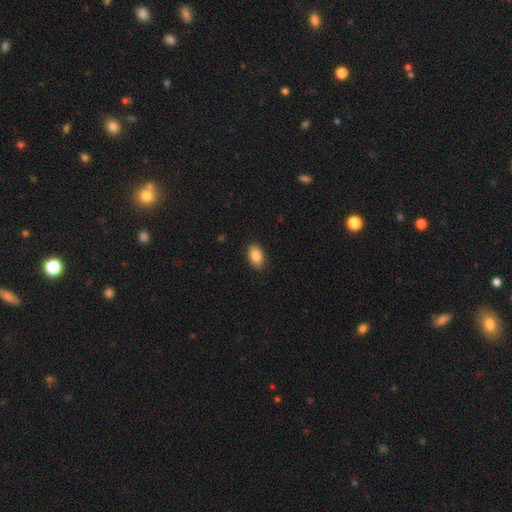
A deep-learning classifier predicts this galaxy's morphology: Smooth or featured? Predicted: smooth (p=0.86). How rounded? Predicted: in between (p=0.89). Merging? Predicted: none (p=0.89).